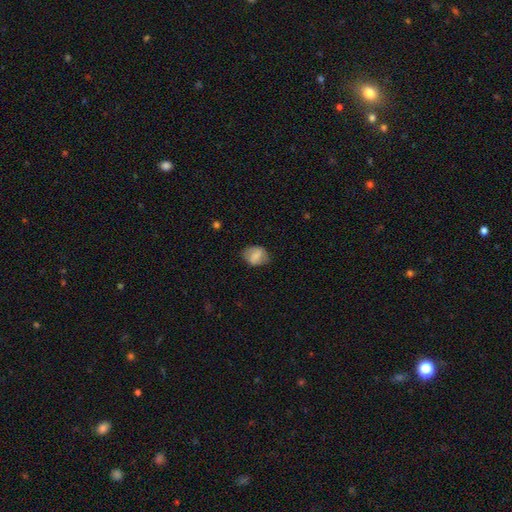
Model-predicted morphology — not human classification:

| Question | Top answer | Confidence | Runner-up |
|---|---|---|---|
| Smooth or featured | smooth | 69% | featured or disk (24%) |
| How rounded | in between | 58% | round (41%) |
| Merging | none | 73% | minor disturbance (20%) |